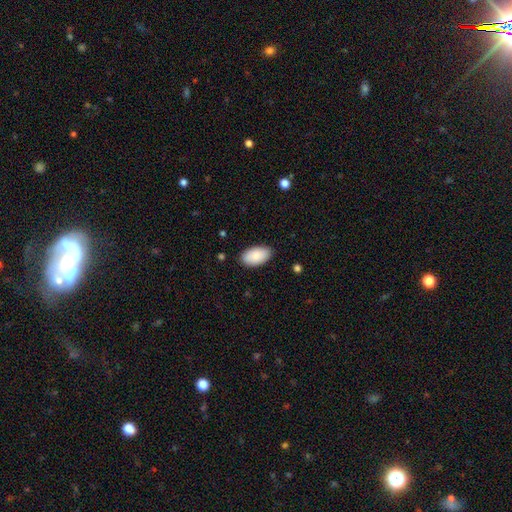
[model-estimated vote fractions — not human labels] A smooth galaxy with no disk features (89%) that is in between round and cigar-shaped (96%). Merging: none (87%).